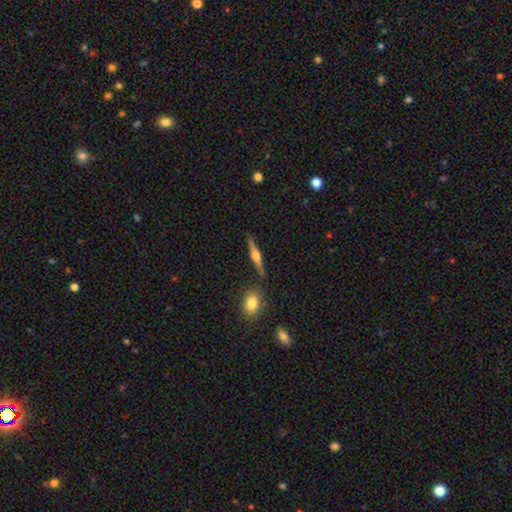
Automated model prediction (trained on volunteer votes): This is likely a featured or disk galaxy (63%). It is clearly viewed edge-on (96%). Edge-on bulge: clearly rounded (88%). Merging: clearly none (83%).